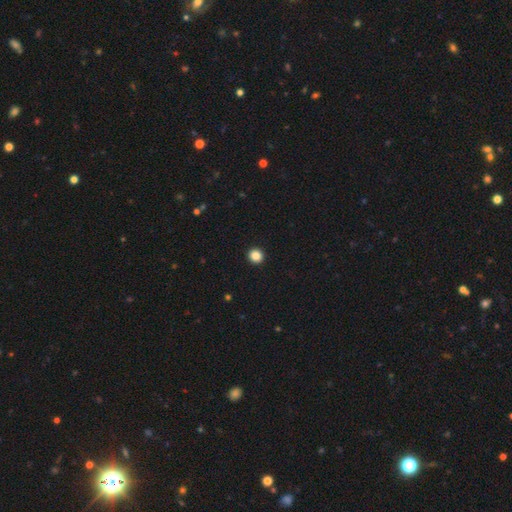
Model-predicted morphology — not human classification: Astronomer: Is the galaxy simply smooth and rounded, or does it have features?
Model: smooth — 86%.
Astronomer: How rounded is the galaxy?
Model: round — 92%.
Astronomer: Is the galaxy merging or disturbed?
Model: none — 94%.